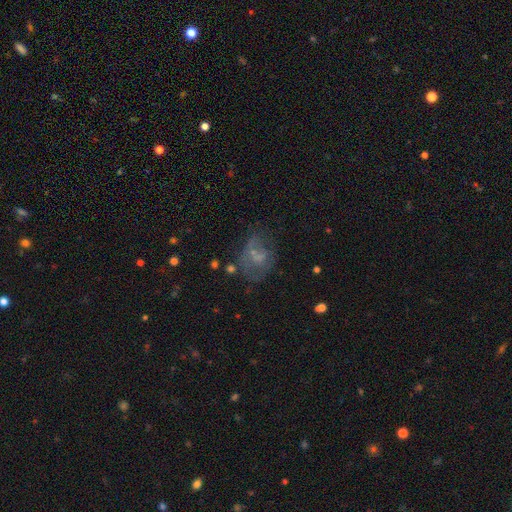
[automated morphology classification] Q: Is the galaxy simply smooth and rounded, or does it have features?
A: featured or disk — 44%.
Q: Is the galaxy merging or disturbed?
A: none — 37%.